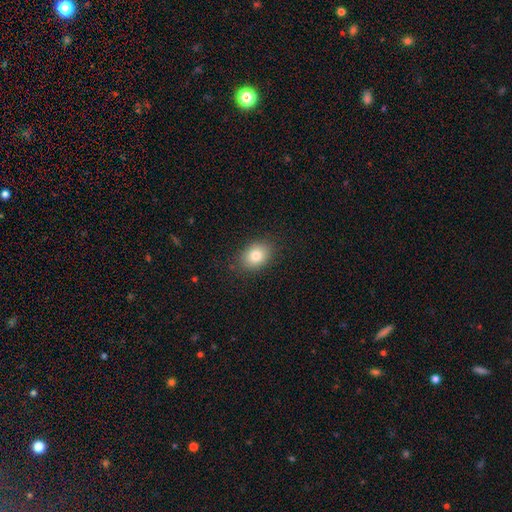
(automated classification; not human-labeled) Smooth or featured: smooth — 81% (star or artifact — 9%)
How rounded: in between — 66% (round — 33%)
Merging: none — 85% (minor disturbance — 11%)